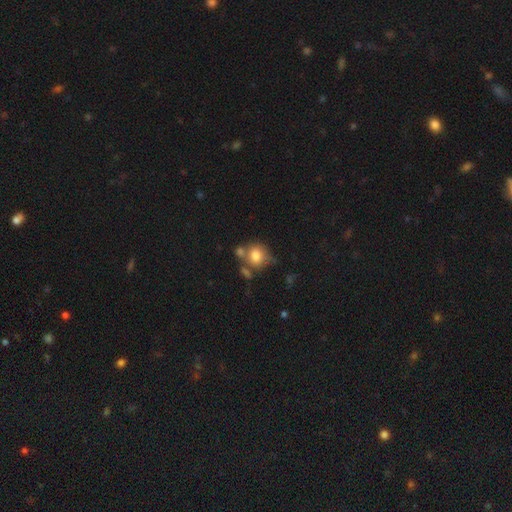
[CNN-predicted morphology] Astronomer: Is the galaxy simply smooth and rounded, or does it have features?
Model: smooth — 76%.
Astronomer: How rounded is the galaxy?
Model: round — 73%.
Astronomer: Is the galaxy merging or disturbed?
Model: none — 48% (runner-up: merger, 25%).